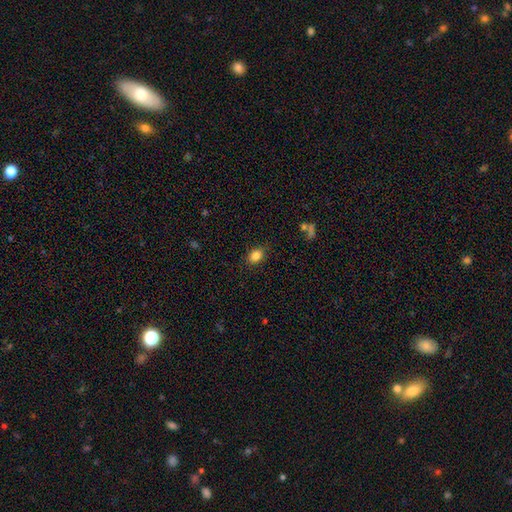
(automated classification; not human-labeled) Smooth or featured: smooth — 85% (star or artifact — 10%)
How rounded: in between — 72% (round — 26%)
Merging: none — 84% (minor disturbance — 12%)